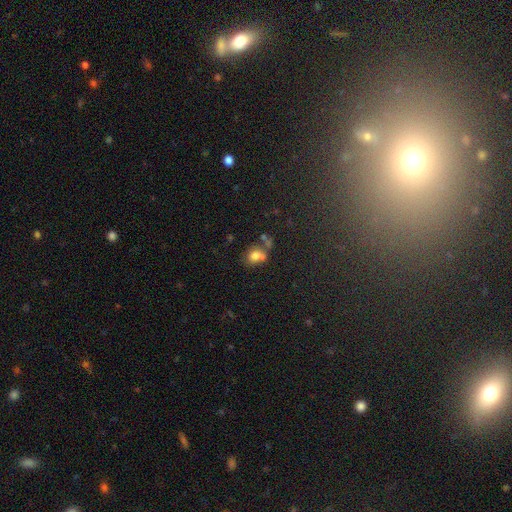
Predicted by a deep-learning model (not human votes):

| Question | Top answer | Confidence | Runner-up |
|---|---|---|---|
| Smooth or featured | smooth | 70% | featured or disk (16%) |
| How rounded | round | 55% | in between (44%) |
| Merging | merger | 41% | none (38%) |